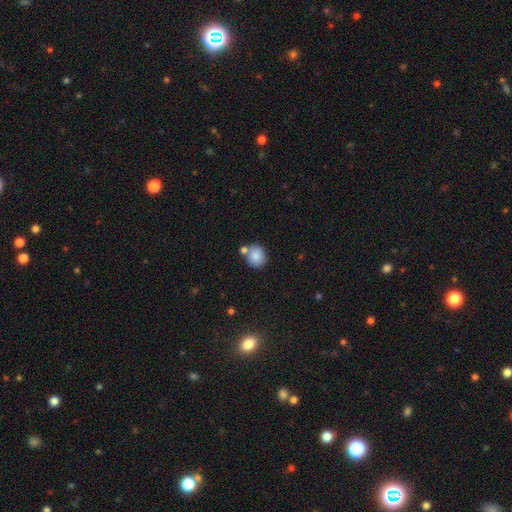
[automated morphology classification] type=smooth (84%); roundness=round (83%); merging=none (63%).